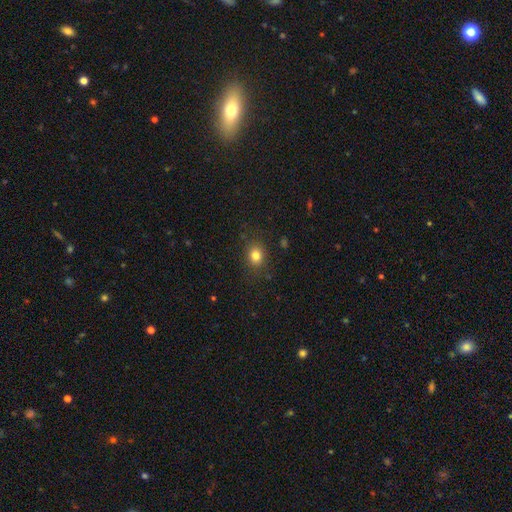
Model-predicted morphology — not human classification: Q: Smooth or featured?
A: smooth (81%); runner-up: star or artifact (13%)
Q: How rounded?
A: round (62%); runner-up: in between (37%)
Q: Merging?
A: none (84%); runner-up: minor disturbance (11%)